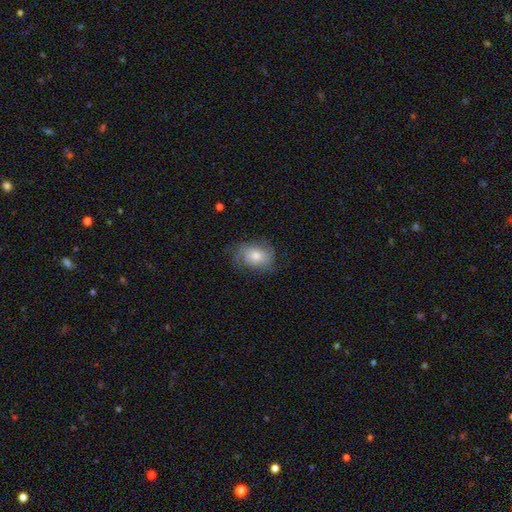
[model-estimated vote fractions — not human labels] Smooth or featured? smooth (53%)
How rounded? in between (67%)
Merging? none (62%)